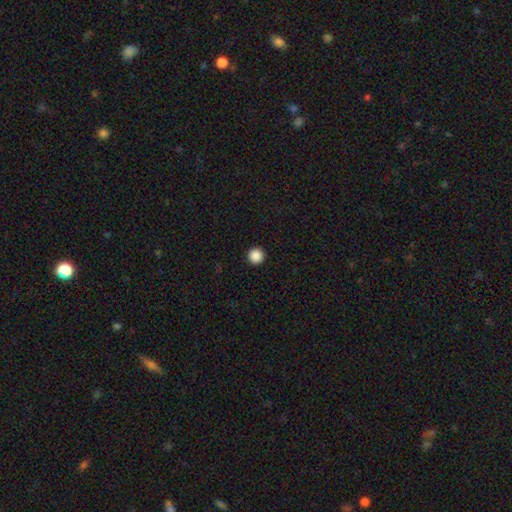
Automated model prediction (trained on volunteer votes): Morphology: type=smooth (88%); roundness=round (97%); merging=none (94%).